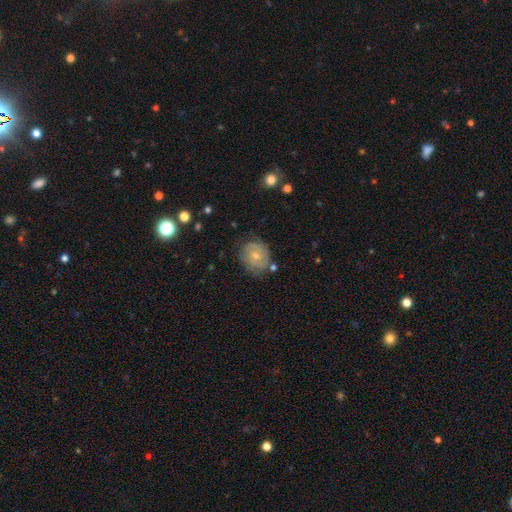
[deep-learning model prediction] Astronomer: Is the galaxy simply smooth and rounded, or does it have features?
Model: featured or disk — 53% (runner-up: smooth, 39%).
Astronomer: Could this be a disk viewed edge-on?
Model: no — 97%.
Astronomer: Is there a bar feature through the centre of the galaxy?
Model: no — 71%.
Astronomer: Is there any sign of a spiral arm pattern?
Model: yes — 79%.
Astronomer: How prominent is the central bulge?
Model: small — 58% (runner-up: moderate, 37%).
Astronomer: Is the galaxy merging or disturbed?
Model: none — 71%.